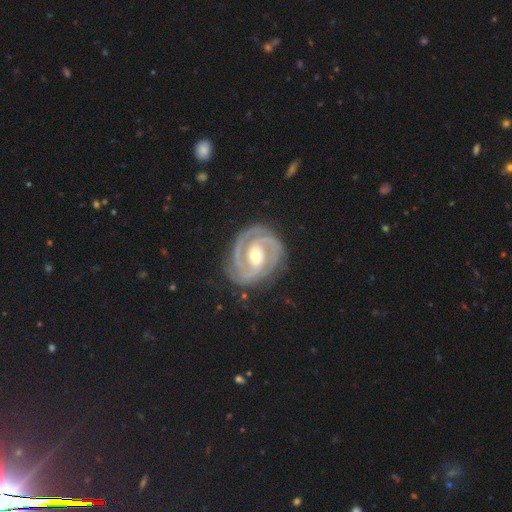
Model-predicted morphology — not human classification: This appears to be a featured or disk galaxy (93%) with a weak bar (42%), 2 (64%) tight (70%) spiral arms (98%) and a moderate central bulge (64%). Merging: none (82%).